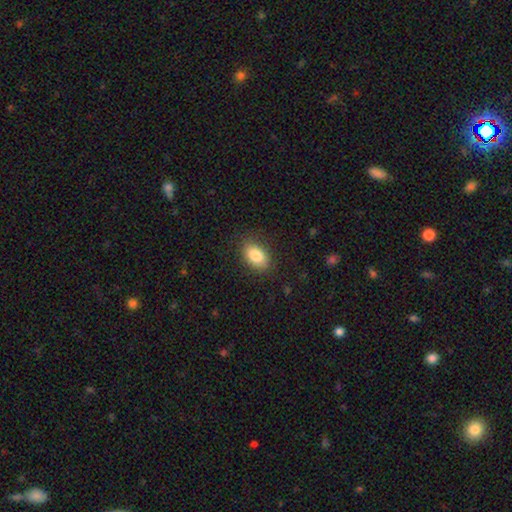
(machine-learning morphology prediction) A smooth galaxy with no disk features (85%) that is in between round and cigar-shaped (89%). Merging: none (83%).